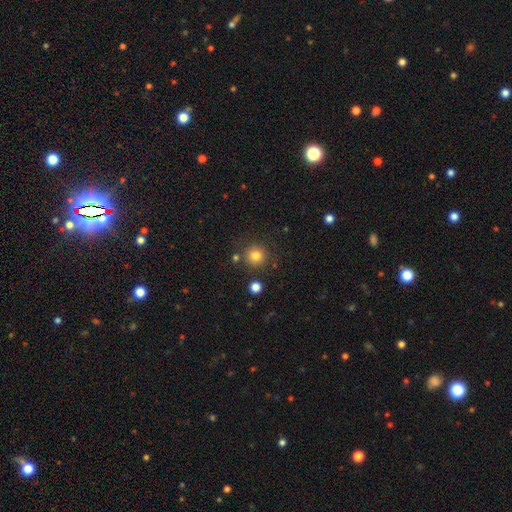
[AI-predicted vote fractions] Smooth or featured?
  - smooth: 81% *
  - star or artifact: 12%
  - featured or disk: 7%
How rounded?
  - round: 94% *
  - in between: 5%
  - cigar-shaped: 1%
Merging?
  - none: 83% *
  - minor disturbance: 9%
  - merger: 5%
  - major disturbance: 3%